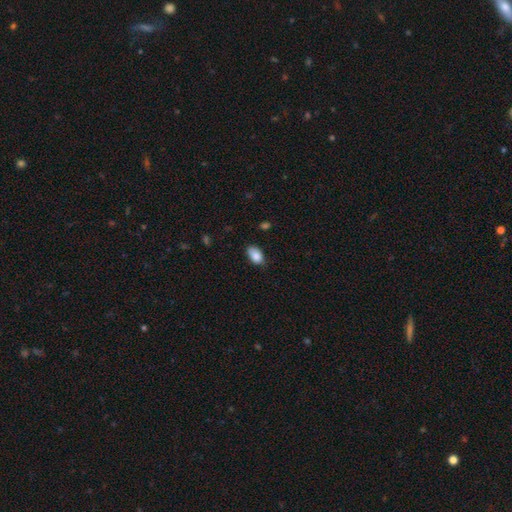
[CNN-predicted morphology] smooth_or_featured: smooth (p=0.87) [alt: star or artifact p=0.07]
how_rounded: in between (p=0.92) [alt: round p=0.07]
merging: none (p=0.71) [alt: minor disturbance p=0.24]